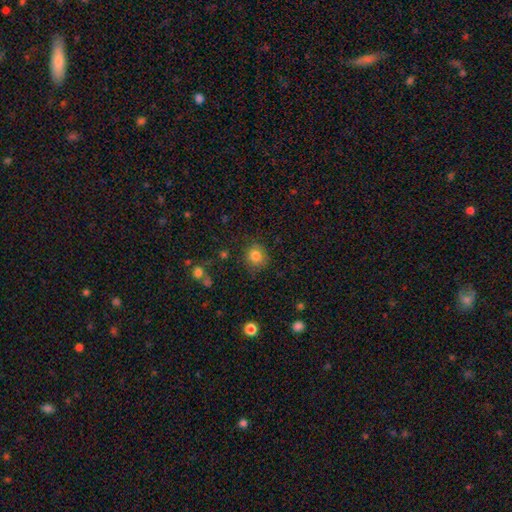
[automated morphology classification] A smooth galaxy with no disk features (82%) that is round (86%). Merging: none (81%).